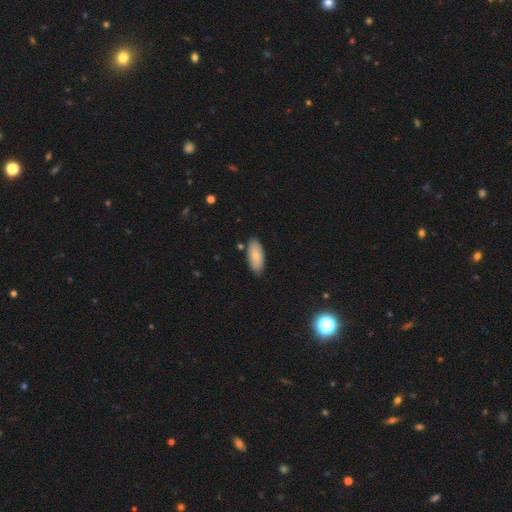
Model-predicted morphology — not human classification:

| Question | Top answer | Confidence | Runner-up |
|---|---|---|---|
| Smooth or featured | smooth | 81% | featured or disk (13%) |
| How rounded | in between | 87% | cigar-shaped (11%) |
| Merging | none | 84% | minor disturbance (12%) |